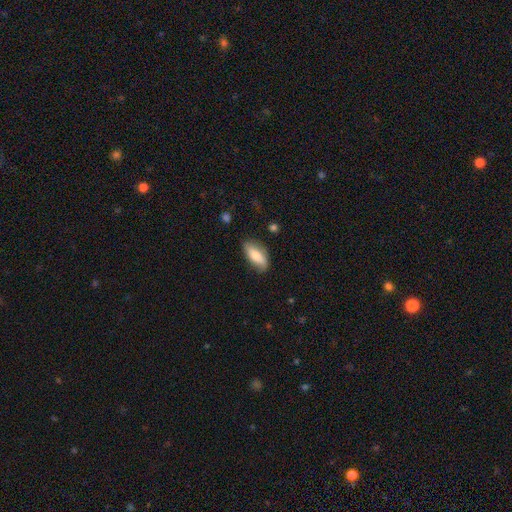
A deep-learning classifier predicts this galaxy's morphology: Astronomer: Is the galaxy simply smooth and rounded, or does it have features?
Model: smooth — 68%.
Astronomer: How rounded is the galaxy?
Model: in between — 83%.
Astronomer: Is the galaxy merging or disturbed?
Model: none — 76%.